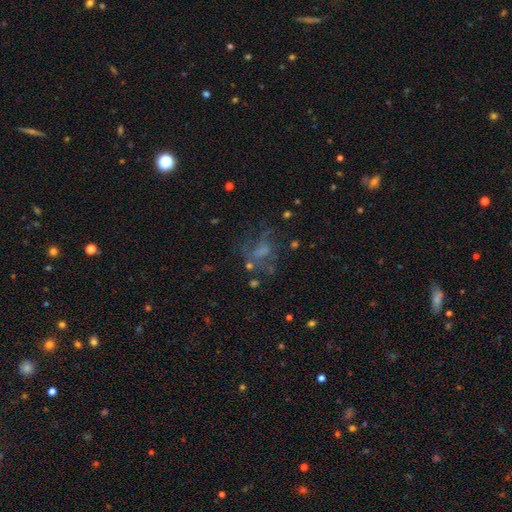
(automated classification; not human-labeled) This is marginally a featured or disk galaxy (44%). Merging: possibly none (48%).